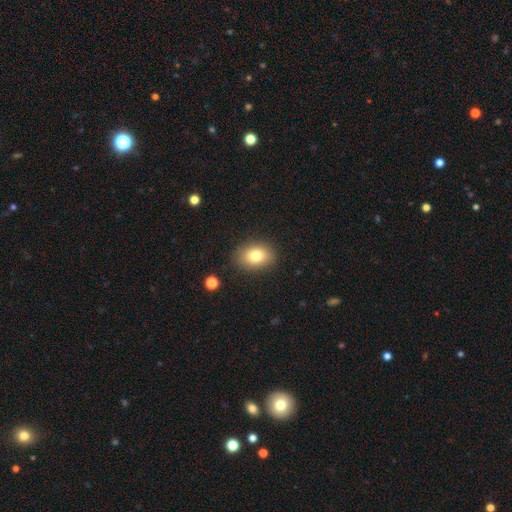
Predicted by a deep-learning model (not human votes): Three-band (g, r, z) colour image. It shows a smooth galaxy with no disk features (79%) that is in between round and cigar-shaped (69%). Merging: none (86%).